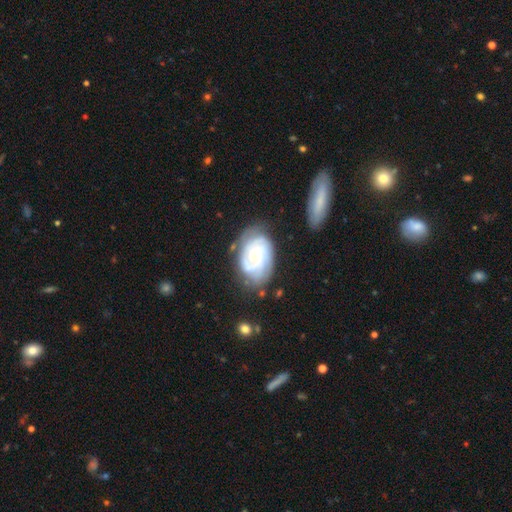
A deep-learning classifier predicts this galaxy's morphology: smooth_or_featured: featured or disk (p=0.84) [alt: smooth p=0.12]
disk_edge_on: no (p=0.97) [alt: yes p=0.03]
bar: no (p=0.68) [alt: weak p=0.27]
has_spiral_arms: yes (p=0.94) [alt: no p=0.06]
spiral_winding: tight (p=0.65) [alt: medium p=0.28]
spiral_arm_count: 2 (p=0.35) [alt: can't tell p=0.27]
bulge_size: moderate (p=0.65) [alt: small p=0.28]
merging: none (p=0.67) [alt: minor disturbance p=0.22]